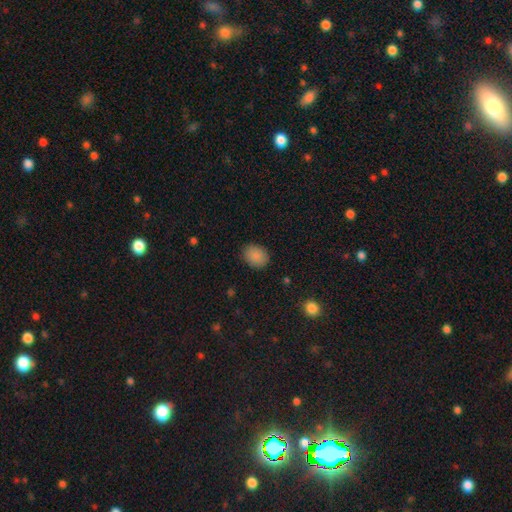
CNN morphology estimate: Q: Smooth or featured?
A: smooth (88%); runner-up: star or artifact (9%)
Q: How rounded?
A: in between (57%); runner-up: round (42%)
Q: Merging?
A: none (87%); runner-up: minor disturbance (10%)